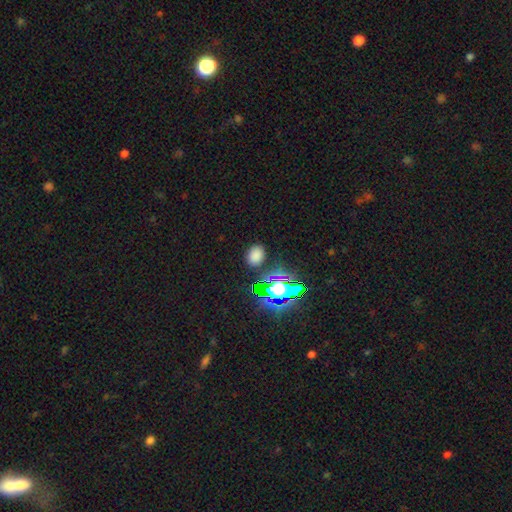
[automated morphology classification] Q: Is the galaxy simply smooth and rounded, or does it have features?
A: smooth — 70%.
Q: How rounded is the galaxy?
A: in between — 68%.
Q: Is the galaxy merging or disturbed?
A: none — 84%.